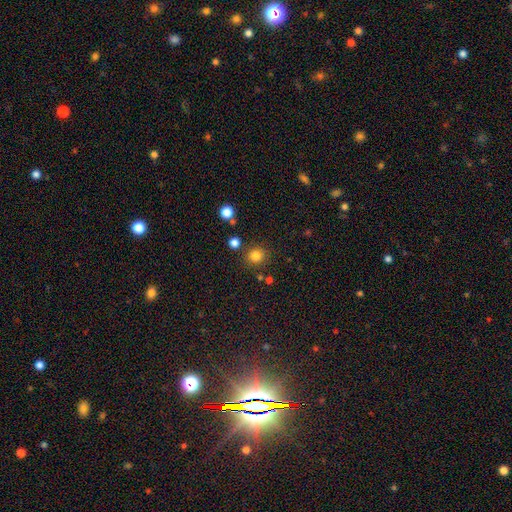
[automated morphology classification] smooth_or_featured: smooth (p=0.82) [alt: star or artifact p=0.13]
how_rounded: round (p=0.88) [alt: in between p=0.11]
merging: none (p=0.83) [alt: minor disturbance p=0.08]